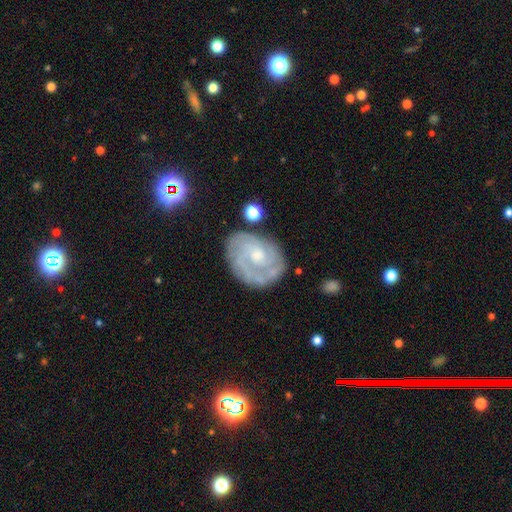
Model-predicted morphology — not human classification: smooth_or_featured: featured or disk (p=0.80) [alt: smooth p=0.14]
disk_edge_on: no (p=0.98) [alt: yes p=0.02]
bar: no (p=0.69) [alt: weak p=0.28]
has_spiral_arms: yes (p=0.92) [alt: no p=0.08]
spiral_winding: tight (p=0.62) [alt: medium p=0.30]
spiral_arm_count: can't tell (p=0.31) [alt: 2 p=0.29]
bulge_size: small (p=0.52) [alt: moderate p=0.38]
merging: none (p=0.71) [alt: minor disturbance p=0.18]